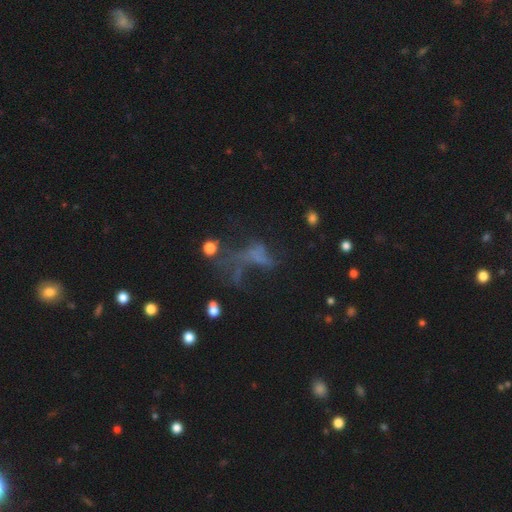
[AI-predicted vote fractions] A featured or disk galaxy (35%). Merging: major disturbance (47%).